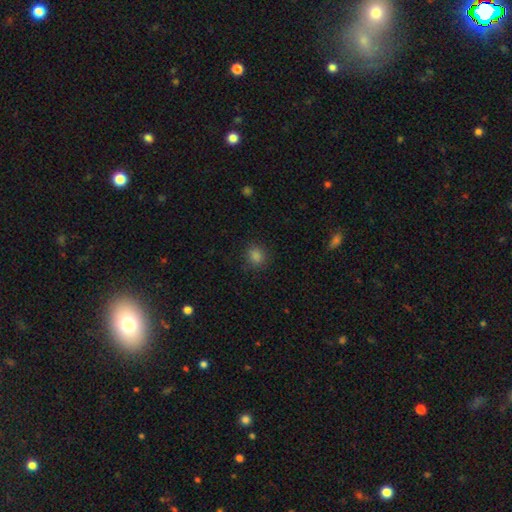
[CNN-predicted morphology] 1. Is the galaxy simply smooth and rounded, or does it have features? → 82% smooth, 14% star or artifact, 4% featured or disk.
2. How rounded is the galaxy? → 79% round, 20% in between, 1% cigar-shaped.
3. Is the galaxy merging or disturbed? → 87% none, 9% minor disturbance, 3% major disturbance, 1% merger.